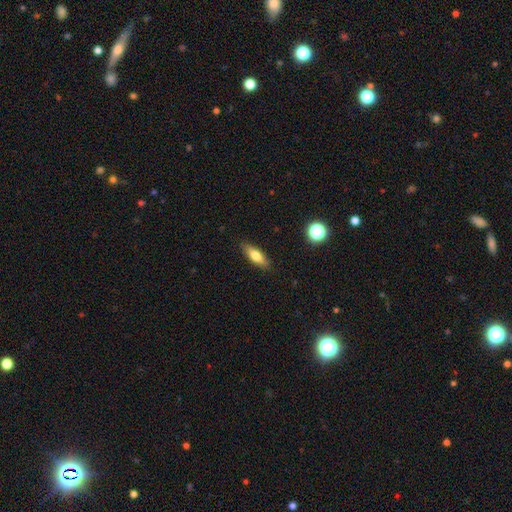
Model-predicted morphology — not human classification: smooth 70%, featured or disk 23%, star or artifact 7%. Down the decision tree: how rounded — in between (56%); merging — none (88%).